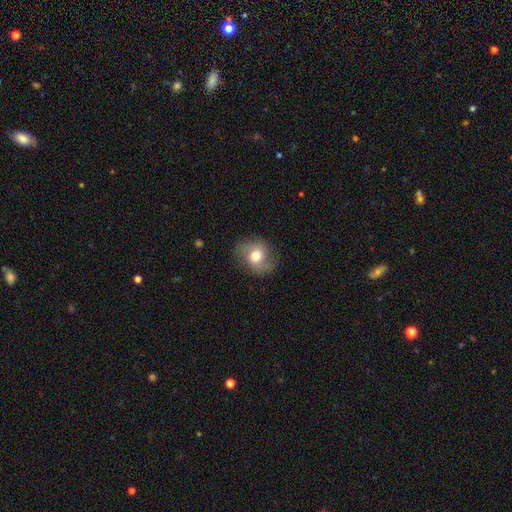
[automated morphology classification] Smooth or featured? smooth (51%)
How rounded? round (61%)
Merging? none (72%)